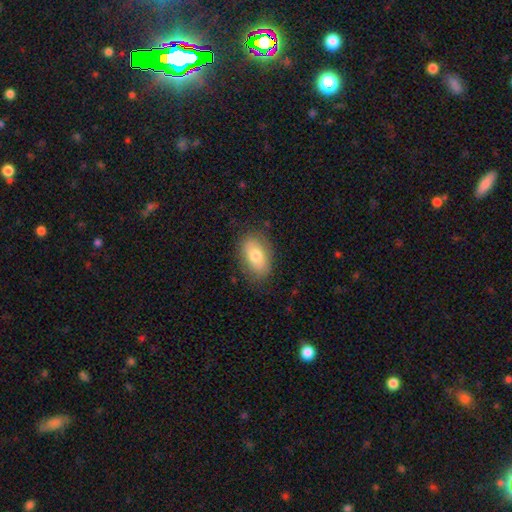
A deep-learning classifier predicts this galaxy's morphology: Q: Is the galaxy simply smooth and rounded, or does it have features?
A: smooth — 73%.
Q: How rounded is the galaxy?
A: in between — 89%.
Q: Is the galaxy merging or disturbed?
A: none — 81%.